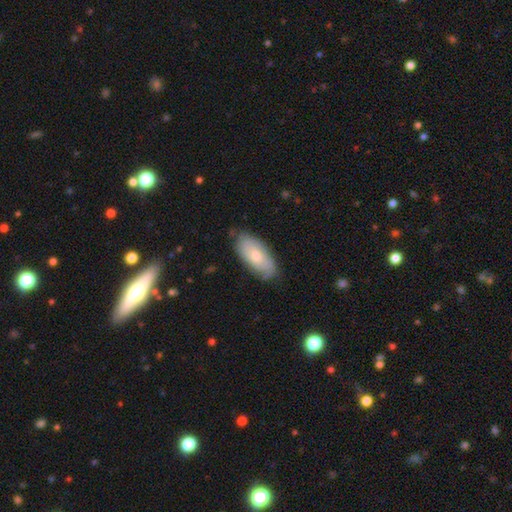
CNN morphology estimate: A smooth galaxy with no disk features (62%) that is in between round and cigar-shaped (90%). Merging: none (74%).